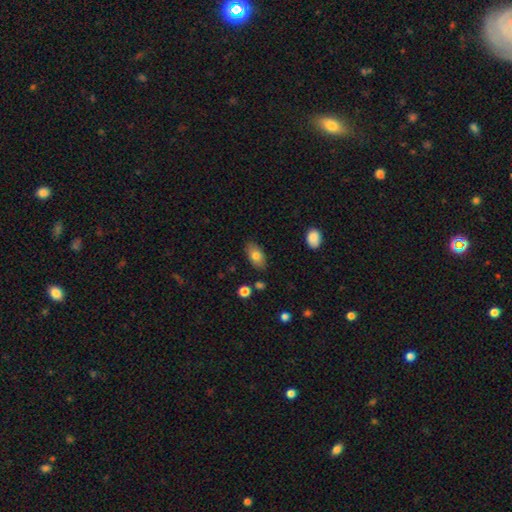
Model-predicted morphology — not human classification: Smooth or featured? smooth (79%)
How rounded? in between (91%)
Merging? none (83%)